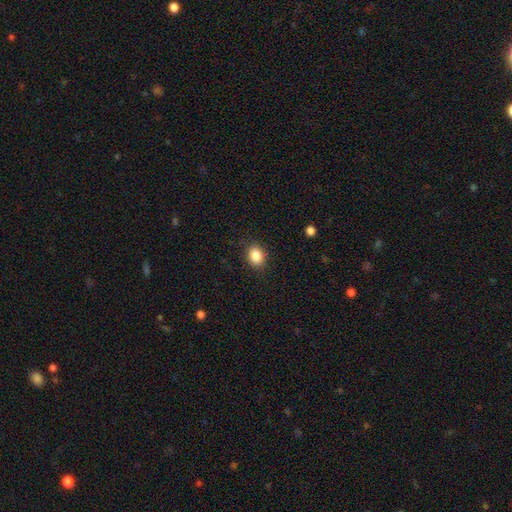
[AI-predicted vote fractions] This is clearly a smooth galaxy (86%). How rounded: possibly in between (54%). Merging: clearly none (87%).